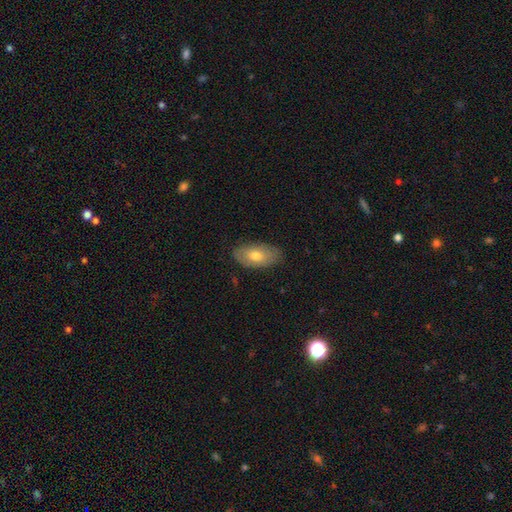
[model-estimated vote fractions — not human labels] Morphology: type=smooth (62%); roundness=in between (92%); merging=none (84%).